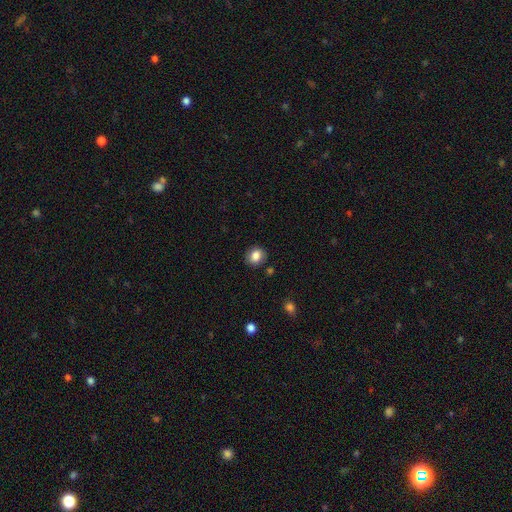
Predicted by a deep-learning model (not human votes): Smooth or featured? Predicted: smooth (p=0.83). How rounded? Predicted: round (p=0.69). Merging? Predicted: none (p=0.85).